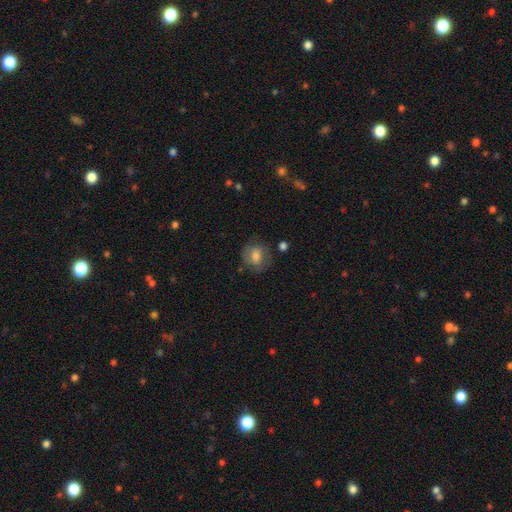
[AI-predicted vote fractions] smooth-or-featured: smooth: 64% | featured or disk: 27% | star or artifact: 9%
  how-rounded: round: 68% | in between: 31% | cigar-shaped: 1%
  merging: none: 69% | minor disturbance: 20% | major disturbance: 9% | merger: 2%